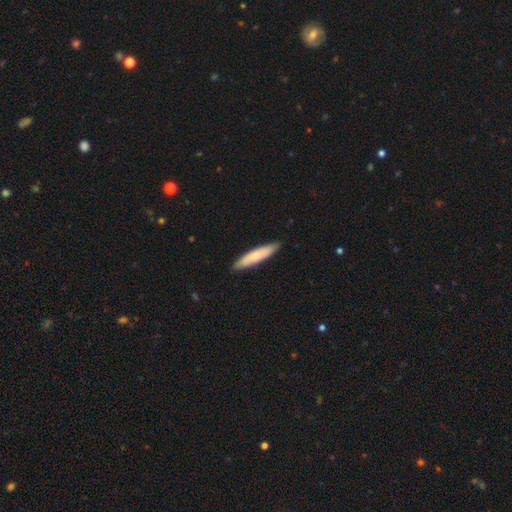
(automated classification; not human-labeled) This appears to be a smooth galaxy with no disk features (70%) that is cigar-shaped (84%). Merging: none (87%).